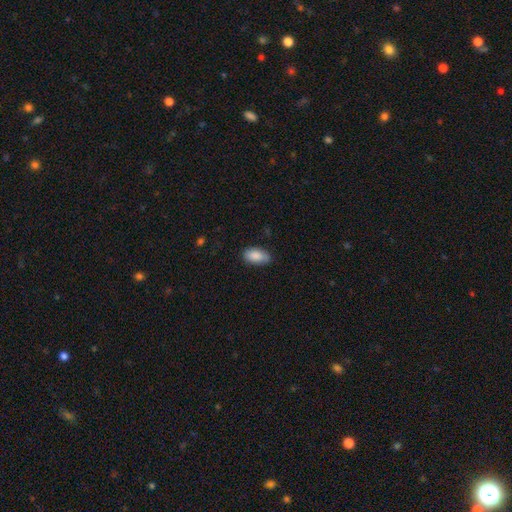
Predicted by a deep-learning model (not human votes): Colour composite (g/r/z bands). It shows a smooth galaxy with no disk features (87%) that is in between round and cigar-shaped (93%). Merging: none (75%).